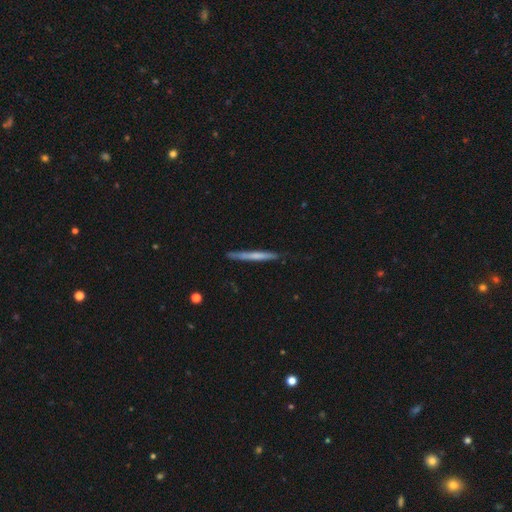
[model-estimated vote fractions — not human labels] smooth-or-featured: smooth: 54% | featured or disk: 40% | star or artifact: 6%
  how-rounded: cigar-shaped: 96% | in between: 2% | round: 1%
  merging: none: 85% | minor disturbance: 12% | major disturbance: 2% | merger: 1%